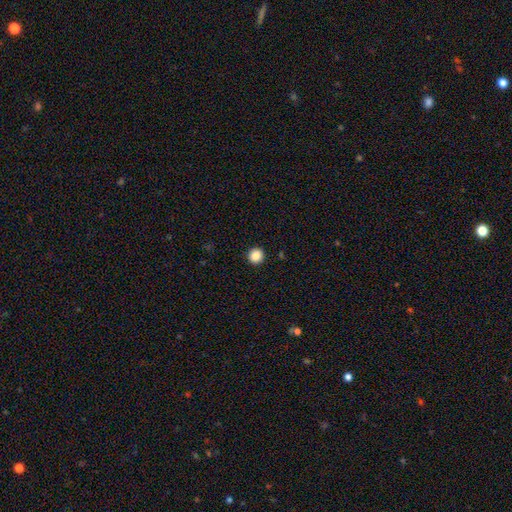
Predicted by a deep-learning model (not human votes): Morphology: type=smooth (87%); roundness=round (94%); merging=none (93%).